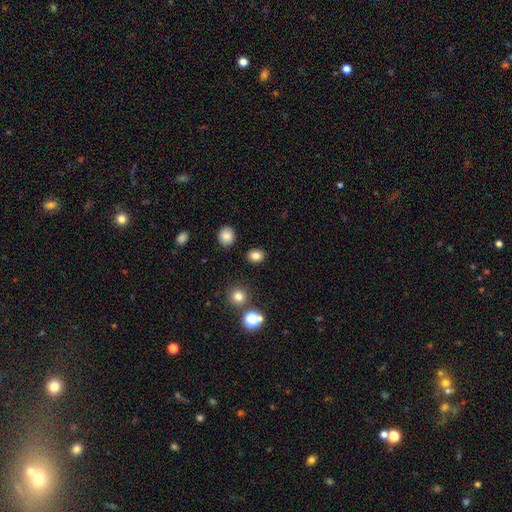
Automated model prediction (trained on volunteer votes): The model was most divided on "how rounded": round: 60%, in between: 39%, cigar-shaped: 1%. More confident: merging — none (88%); smooth or featured — smooth (81%).